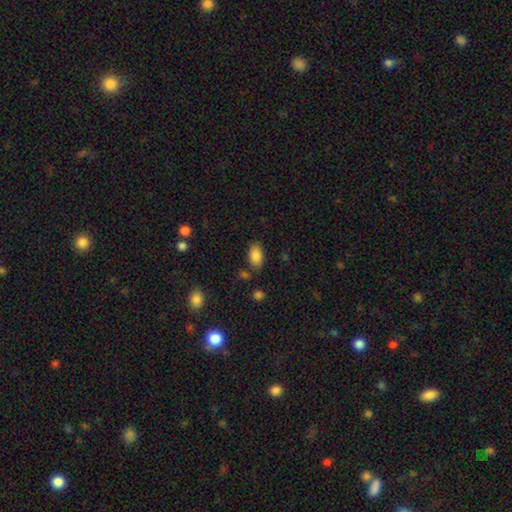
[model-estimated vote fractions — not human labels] This appears to be a smooth galaxy with no disk features (87%) that is in between round and cigar-shaped (92%). Merging: none (80%).